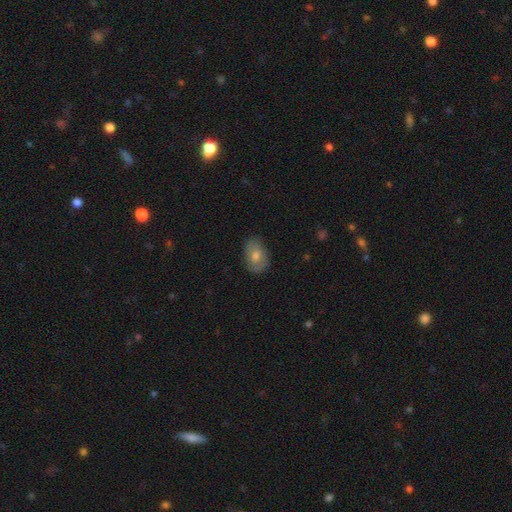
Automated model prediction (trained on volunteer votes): Smooth or featured? Predicted: smooth (p=0.59). How rounded? Predicted: in between (p=0.84). Merging? Predicted: none (p=0.80).